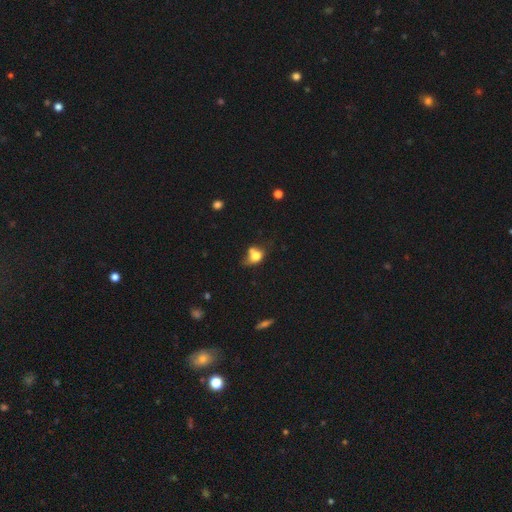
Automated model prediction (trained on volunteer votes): This is likely a smooth galaxy (71%). How rounded: possibly in between (53%). Merging: marginally merger (31%).